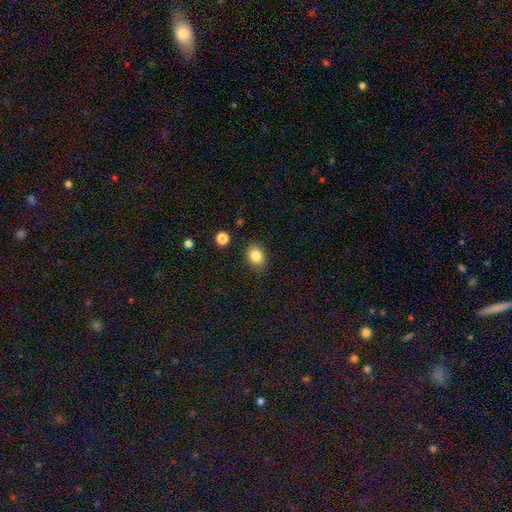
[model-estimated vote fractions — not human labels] Smooth or featured? Predicted: smooth (p=0.85). How rounded? Predicted: in between (p=0.58). Merging? Predicted: none (p=0.87).